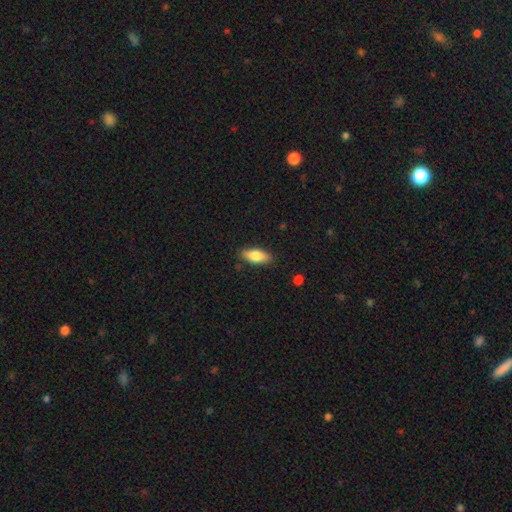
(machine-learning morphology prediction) This appears to be a smooth galaxy with no disk features (80%) that is in between round and cigar-shaped (80%). Merging: none (86%).